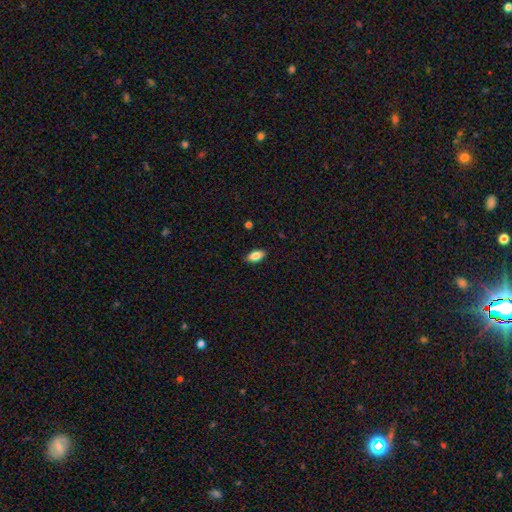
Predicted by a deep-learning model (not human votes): Smooth or featured: smooth — 83% (featured or disk — 9%)
How rounded: in between — 91% (cigar-shaped — 6%)
Merging: none — 88% (minor disturbance — 9%)